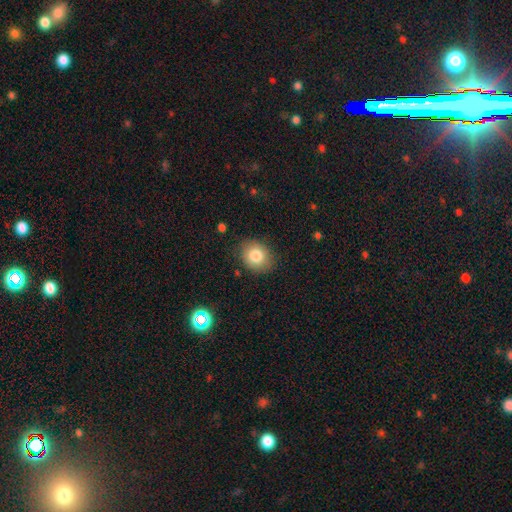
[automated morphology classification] type=smooth (82%); roundness=round (63%); merging=none (85%).